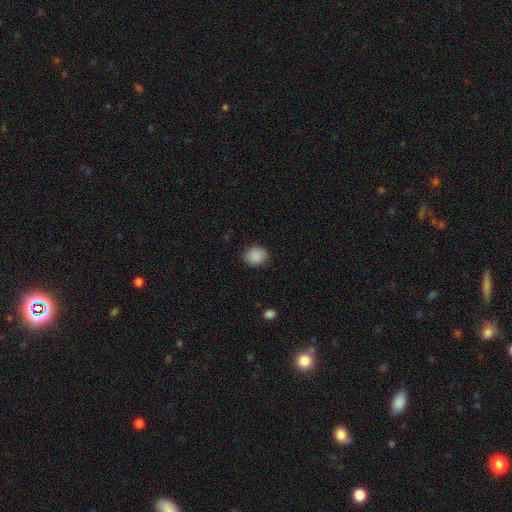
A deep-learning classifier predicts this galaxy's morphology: A smooth galaxy with no disk features (89%) that is round (69%). Merging: none (87%).